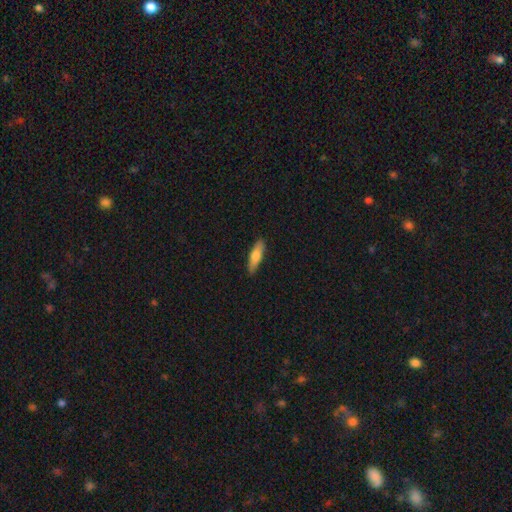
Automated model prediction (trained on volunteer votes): smooth 69%, featured or disk 25%, star or artifact 6%. Down the decision tree: how rounded — cigar-shaped (65%); merging — none (89%).